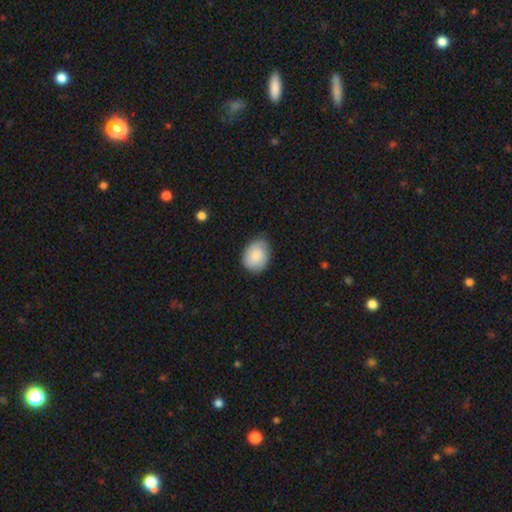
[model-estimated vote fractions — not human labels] Smooth or featured? smooth (80%)
How rounded? in between (56%)
Merging? none (70%)